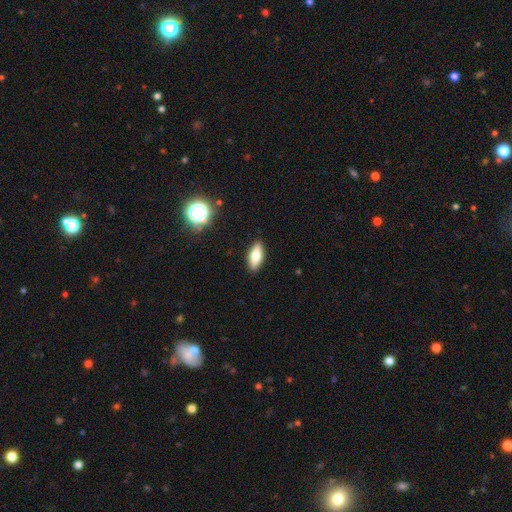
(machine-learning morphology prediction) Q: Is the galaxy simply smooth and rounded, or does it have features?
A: smooth — 77%.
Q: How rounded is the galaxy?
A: in between — 76%.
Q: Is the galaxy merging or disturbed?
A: none — 89%.